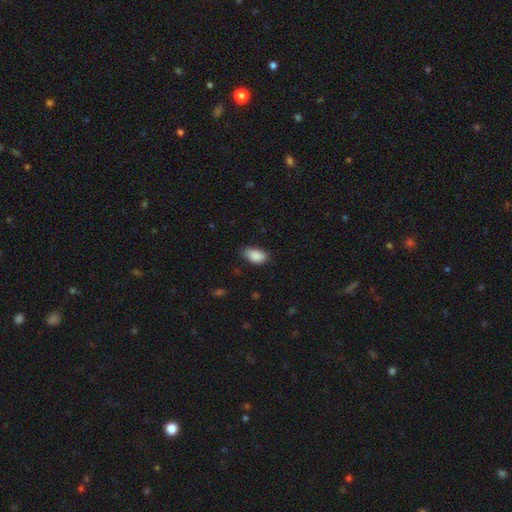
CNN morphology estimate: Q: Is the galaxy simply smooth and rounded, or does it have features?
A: smooth — 89%.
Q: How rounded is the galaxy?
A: in between — 92%.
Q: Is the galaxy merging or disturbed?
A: none — 70%.